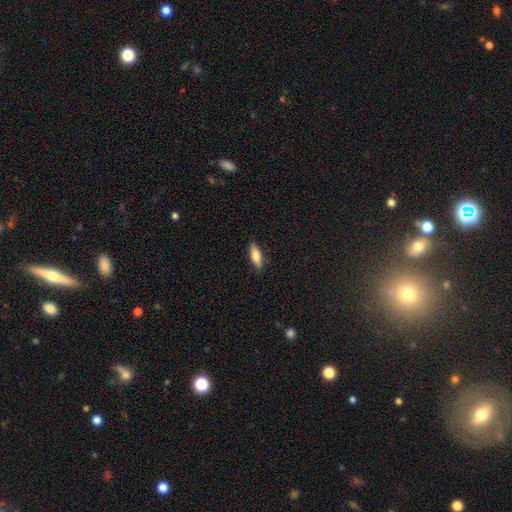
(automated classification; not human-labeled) smooth-or-featured: smooth: 78% | featured or disk: 16% | star or artifact: 6%
  how-rounded: in between: 59% | cigar-shaped: 39% | round: 2%
  merging: none: 87% | minor disturbance: 10% | major disturbance: 2% | merger: 1%